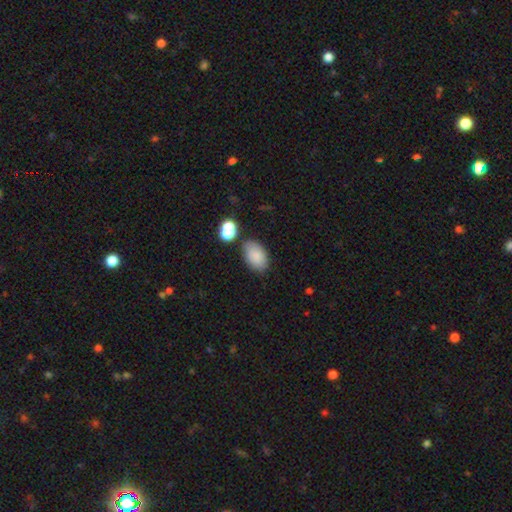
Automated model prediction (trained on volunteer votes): smooth 83%, star or artifact 9%, featured or disk 8%. Down the decision tree: how rounded — in between (91%); merging — none (76%).